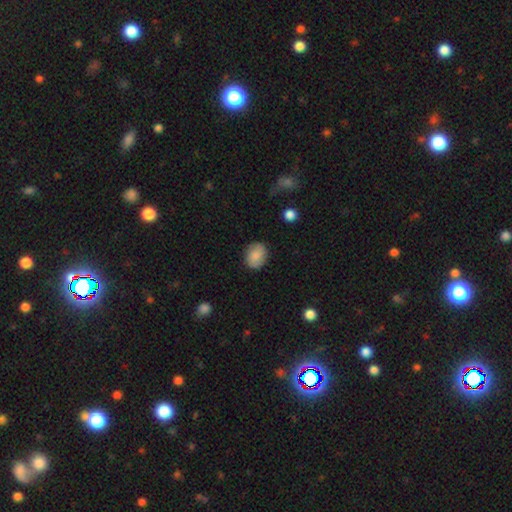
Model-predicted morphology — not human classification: type=smooth (75%); roundness=round (55%); merging=none (82%).